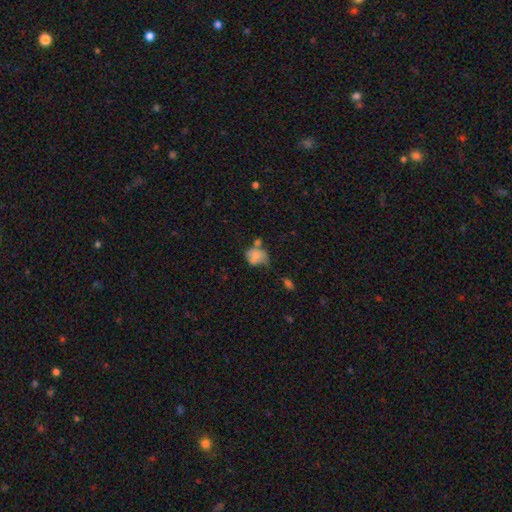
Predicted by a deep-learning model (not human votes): smooth_or_featured: smooth (p=0.72) [alt: featured or disk p=0.18]
how_rounded: round (p=0.50) [alt: in between p=0.49]
merging: none (p=0.35) [alt: minor disturbance p=0.32]